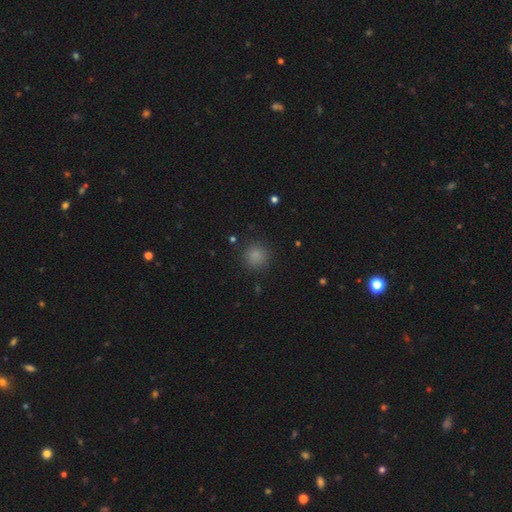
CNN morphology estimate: This appears to be a smooth galaxy with no disk features (84%) that is round (93%). Merging: none (88%).